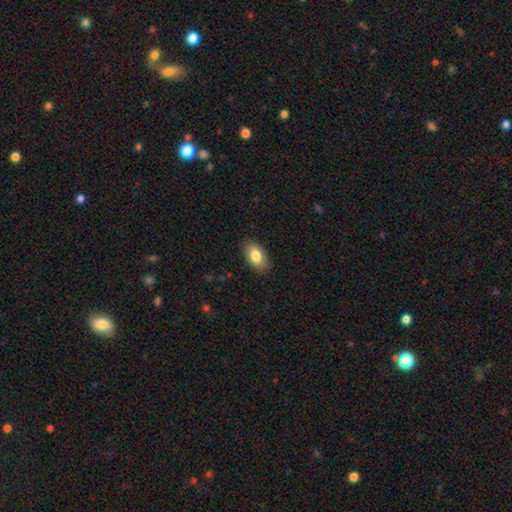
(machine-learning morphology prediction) Smooth or featured? Predicted: smooth (p=0.82). How rounded? Predicted: in between (p=0.93). Merging? Predicted: none (p=0.87).